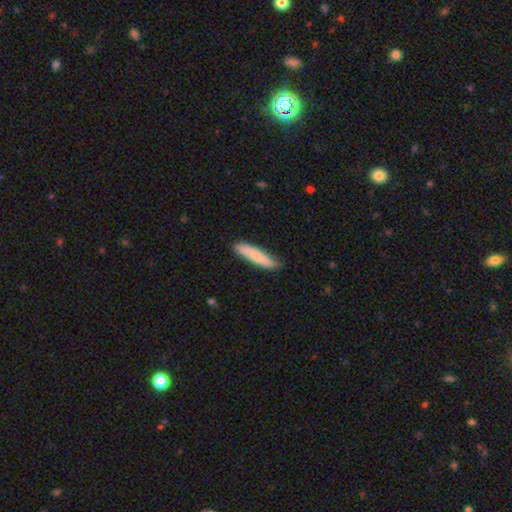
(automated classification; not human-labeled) Q: Smooth or featured?
A: smooth (76%); runner-up: featured or disk (19%)
Q: How rounded?
A: cigar-shaped (85%); runner-up: in between (14%)
Q: Merging?
A: none (83%); runner-up: minor disturbance (13%)